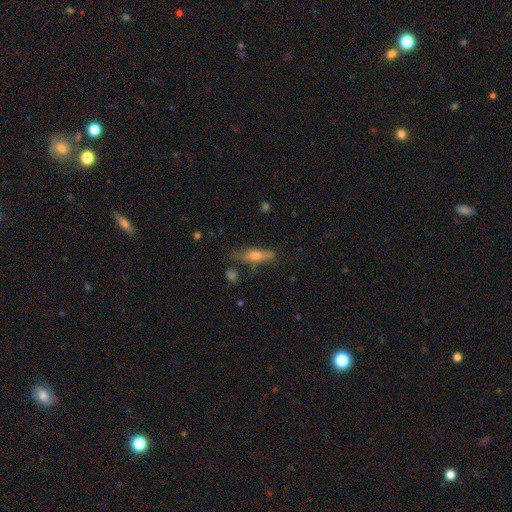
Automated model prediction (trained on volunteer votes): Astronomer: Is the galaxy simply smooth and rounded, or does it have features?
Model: featured or disk — 46% (runner-up: smooth, 45%).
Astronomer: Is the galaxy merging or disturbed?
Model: none — 66%.